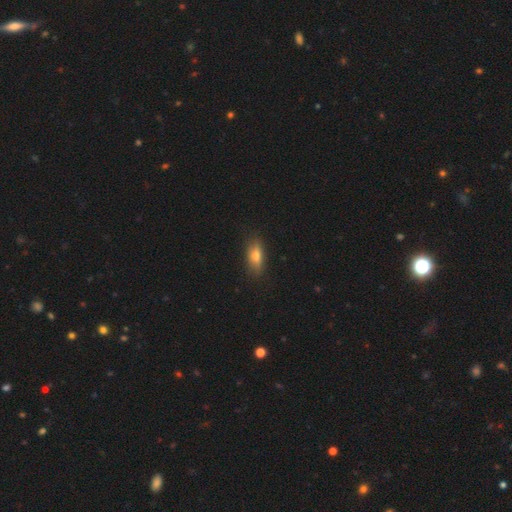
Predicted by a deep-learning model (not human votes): This is likely a smooth galaxy (72%). How rounded: likely in between (71%). Merging: clearly none (84%).